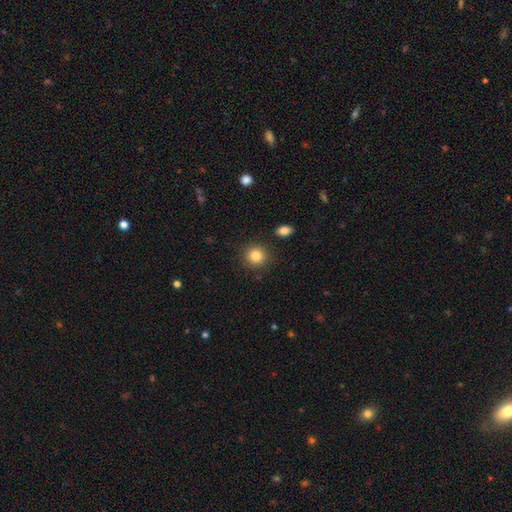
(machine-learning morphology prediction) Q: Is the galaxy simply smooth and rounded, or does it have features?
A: smooth — 84%.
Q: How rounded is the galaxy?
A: round — 90%.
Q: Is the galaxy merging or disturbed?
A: none — 88%.